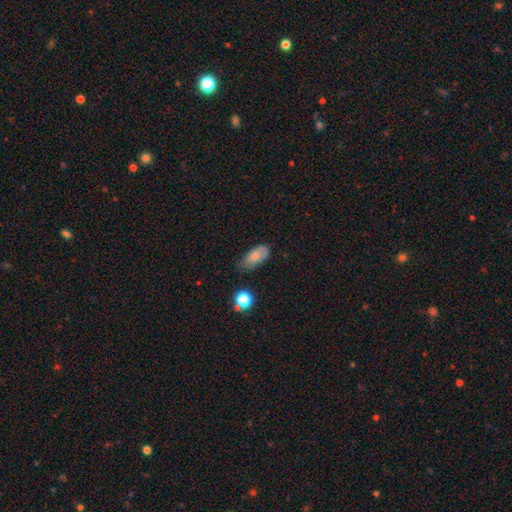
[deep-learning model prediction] smooth 74%, featured or disk 17%, star or artifact 9%. Down the decision tree: how rounded — in between (89%); merging — none (55%).